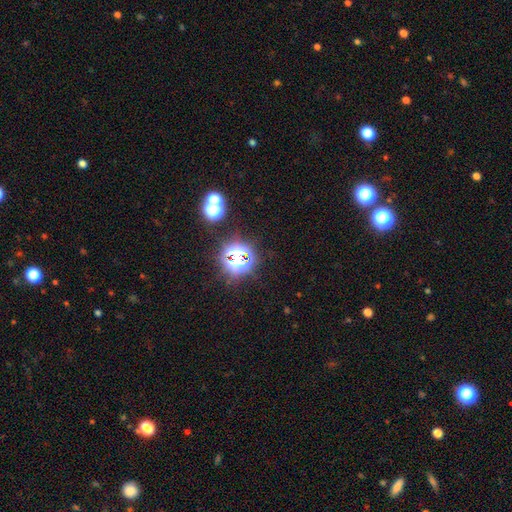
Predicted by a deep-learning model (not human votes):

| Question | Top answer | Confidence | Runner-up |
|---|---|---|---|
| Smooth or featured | star or artifact | 75% | smooth (16%) |